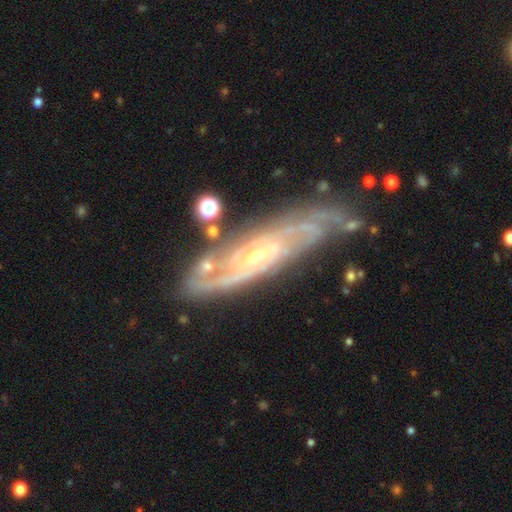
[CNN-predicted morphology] This appears to be a featured or disk galaxy (87%) with no bar (68%), 2 (36%) tight (58%) spiral arms (96%) and a small central bulge (76%). Merging: none (73%).